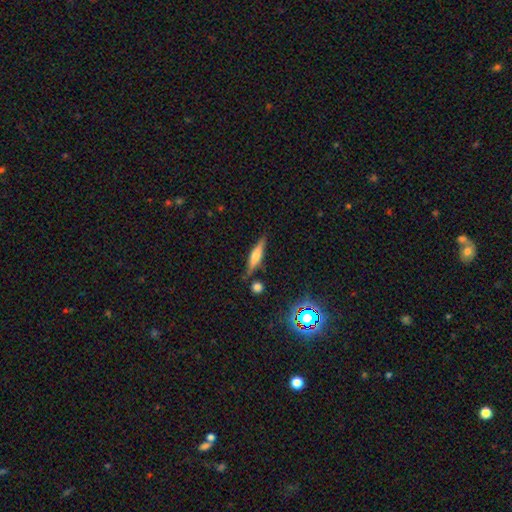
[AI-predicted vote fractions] Q: Smooth or featured?
A: featured or disk (54%); runner-up: smooth (37%)
Q: Edge-on disk?
A: yes (95%); runner-up: no (5%)
Q: Edge-on bulge?
A: rounded (80%); runner-up: boxy (13%)
Q: Merging?
A: none (81%); runner-up: minor disturbance (11%)